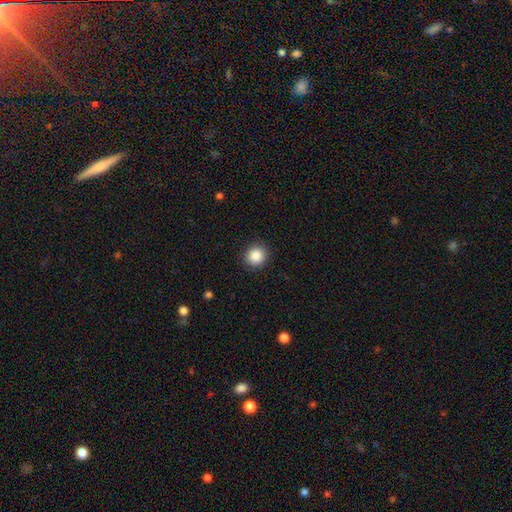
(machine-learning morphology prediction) Smooth or featured: smooth — 88% (star or artifact — 9%)
How rounded: round — 88% (in between — 11%)
Merging: none — 90% (minor disturbance — 7%)